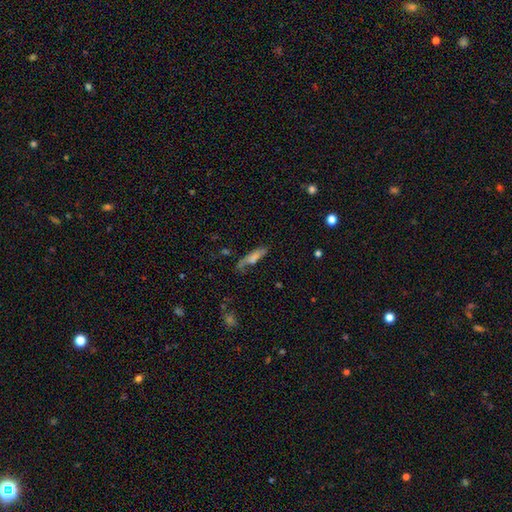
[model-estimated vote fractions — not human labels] Smooth or featured? Predicted: smooth (p=0.50). Merging? Predicted: none (p=0.56).